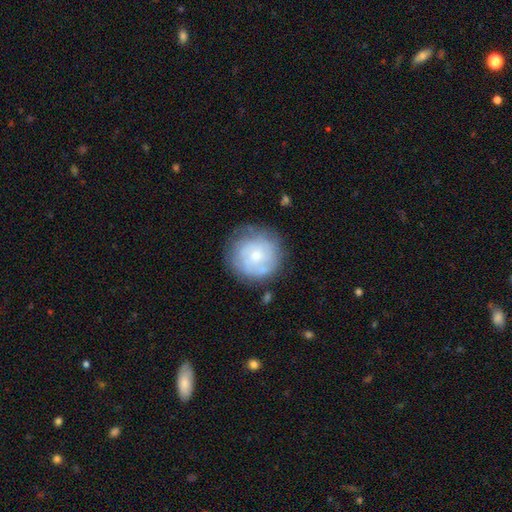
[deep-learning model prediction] Morphology: type=featured or disk (51%); edge-on=no (98%); merging=none (73%).